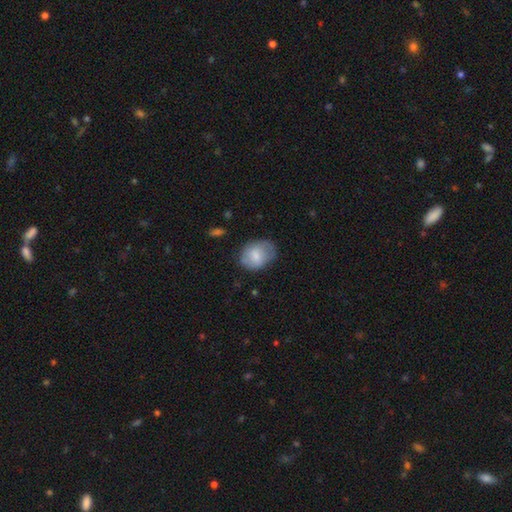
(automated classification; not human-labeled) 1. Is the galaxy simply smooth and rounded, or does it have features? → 74% smooth, 19% featured or disk, 7% star or artifact.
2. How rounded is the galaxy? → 64% in between, 35% round, 1% cigar-shaped.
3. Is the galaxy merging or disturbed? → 61% none, 28% minor disturbance, 9% major disturbance, 2% merger.